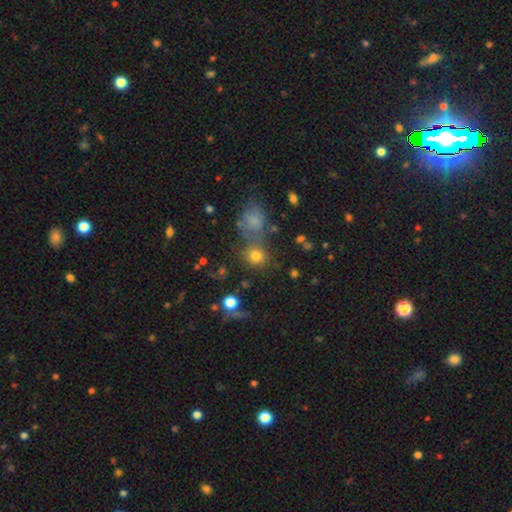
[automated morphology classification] This is likely a smooth galaxy (76%). How rounded: clearly round (86%). Merging: possibly none (60%).